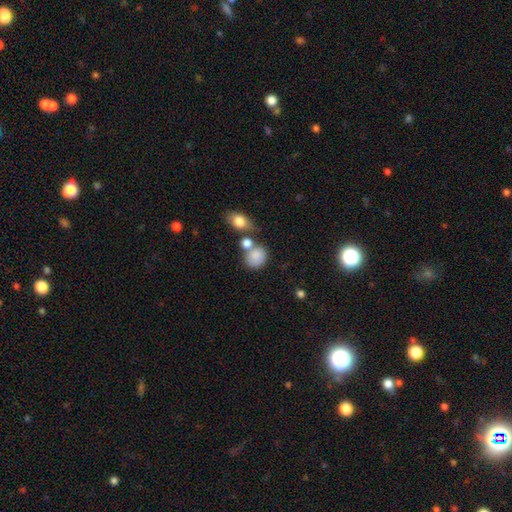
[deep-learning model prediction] Smooth or featured: smooth — 83% (featured or disk — 8%)
How rounded: round — 69% (in between — 30%)
Merging: none — 52% (merger — 25%)